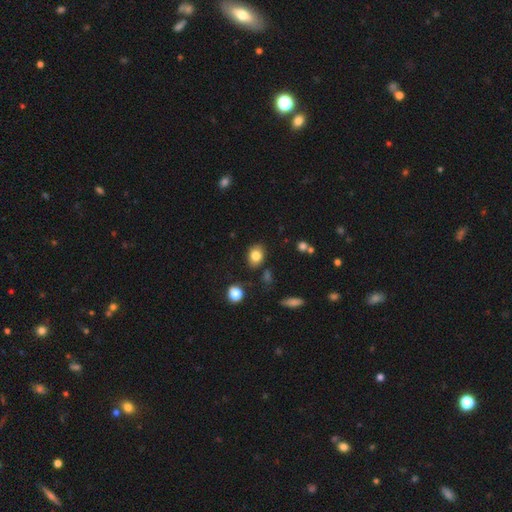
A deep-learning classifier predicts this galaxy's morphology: This appears to be a smooth galaxy with no disk features (81%) that is in between round and cigar-shaped (61%). Merging: none (82%).